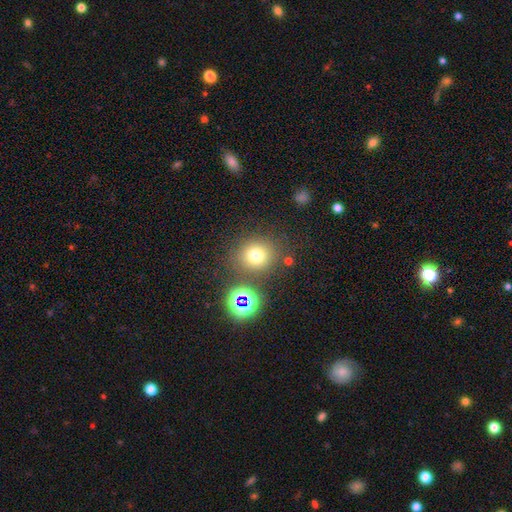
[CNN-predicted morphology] A smooth galaxy with no disk features (71%) that is round (83%).

Vote fractions:
- Smooth or featured? smooth: 71% / star or artifact: 19% / featured or disk: 9%
- How rounded? round: 83% / in between: 16% / cigar-shaped: 1%
- Merging? none: 78% / minor disturbance: 10% / merger: 8% / major disturbance: 4%